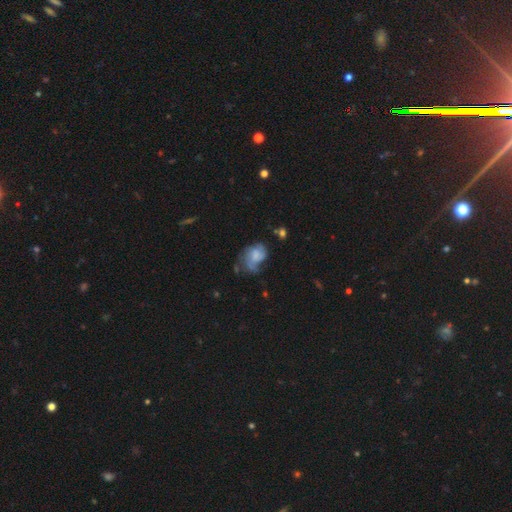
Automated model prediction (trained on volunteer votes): Smooth or featured? featured or disk (54%)
Edge-on disk? no (97%)
Bar? no (67%)
Spiral arms? yes (78%)
Bulge size? none (33%)
Merging? none (36%)